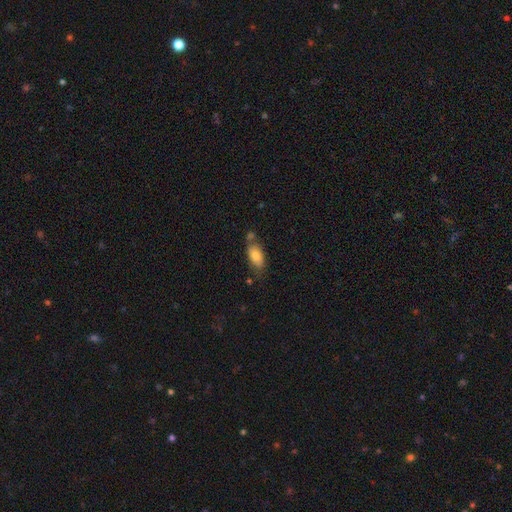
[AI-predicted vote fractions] Smooth or featured? Predicted: smooth (p=0.78). How rounded? Predicted: in between (p=0.90). Merging? Predicted: none (p=0.55).